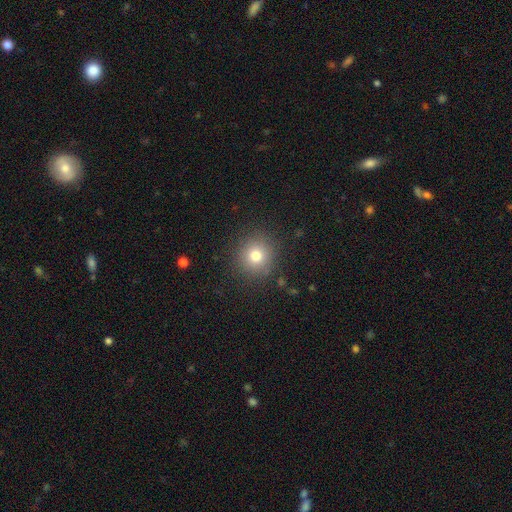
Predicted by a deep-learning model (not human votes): This is likely a smooth galaxy (77%). How rounded: clearly round (92%). Merging: clearly none (88%).